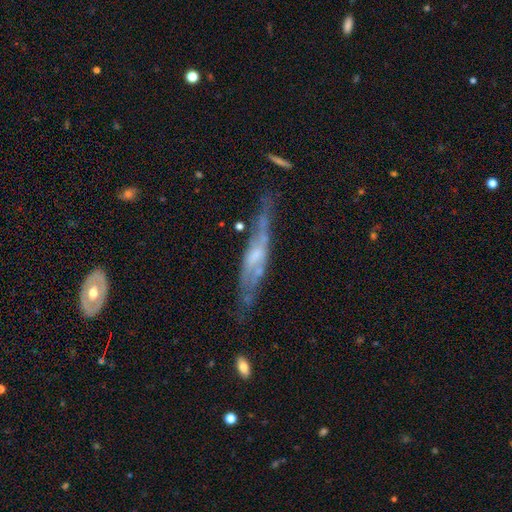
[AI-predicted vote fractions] Smooth or featured?
  - featured or disk: 70% *
  - smooth: 22%
  - star or artifact: 8%
Edge-on disk?
  - yes: 69% *
  - no: 31%
Merging?
  - none: 59% *
  - minor disturbance: 23%
  - major disturbance: 12%
  - merger: 6%